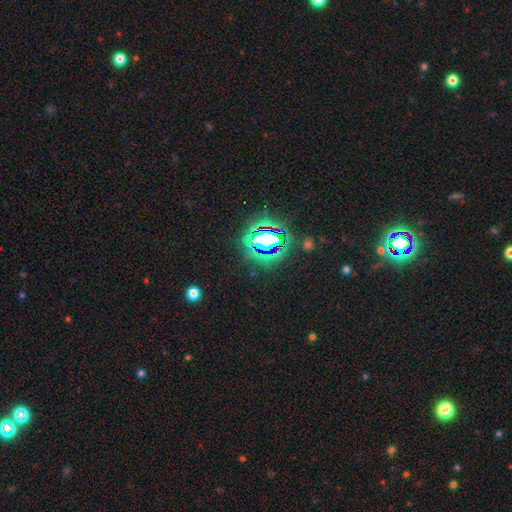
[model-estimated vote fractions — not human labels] smooth-or-featured: star or artifact: 85% | smooth: 9% | featured or disk: 6%